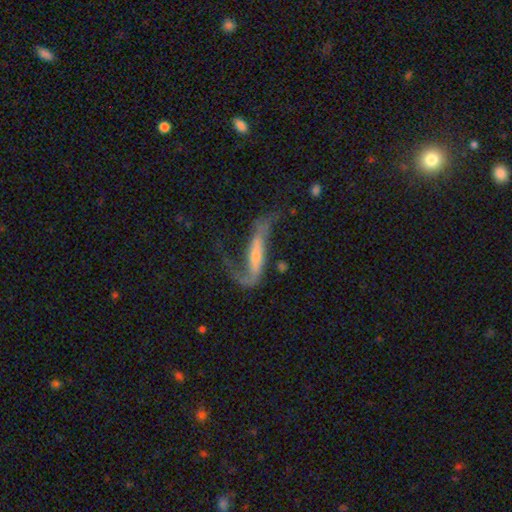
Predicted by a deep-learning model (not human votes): Morphology: type=featured or disk (75%); edge-on=no (76%); bar=strong (40%); spiral arms=yes (85%); bulge=small (47%); merging=major disturbance (43%).